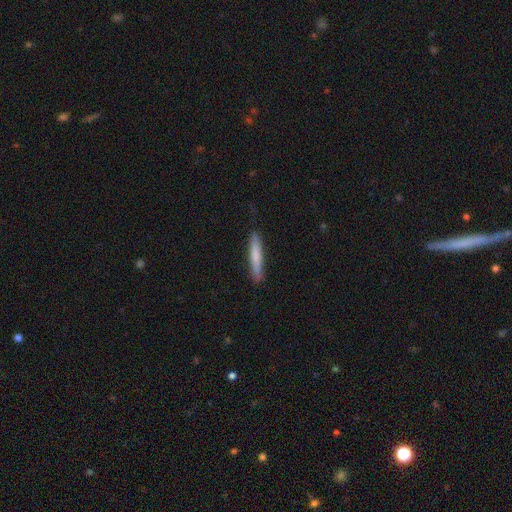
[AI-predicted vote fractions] A smooth galaxy with no disk features (73%) that is cigar-shaped (94%).

Vote fractions:
- Smooth or featured? smooth: 73% / featured or disk: 22% / star or artifact: 5%
- How rounded? cigar-shaped: 94% / in between: 5% / round: 1%
- Merging? none: 88% / minor disturbance: 10% / major disturbance: 2% / merger: 1%